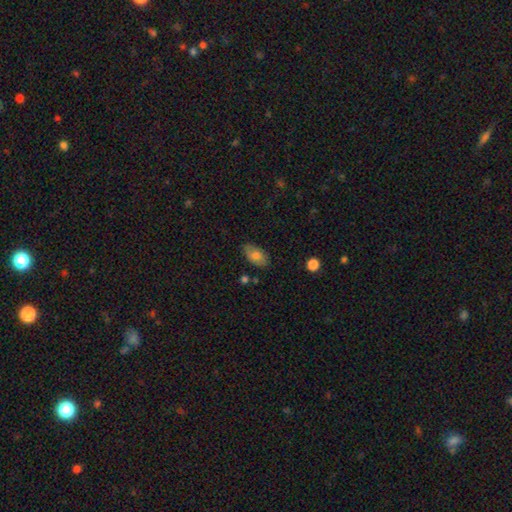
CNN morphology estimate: This is likely a smooth galaxy (77%). How rounded: clearly in between (93%). Merging: clearly none (80%).